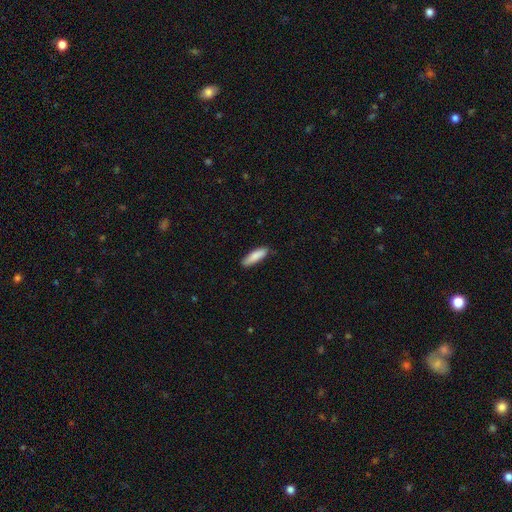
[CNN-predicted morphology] Smooth or featured?
  - smooth: 87% *
  - featured or disk: 8%
  - star or artifact: 5%
How rounded?
  - cigar-shaped: 63% *
  - in between: 36%
  - round: 1%
Merging?
  - none: 88% *
  - minor disturbance: 10%
  - major disturbance: 2%
  - merger: 1%